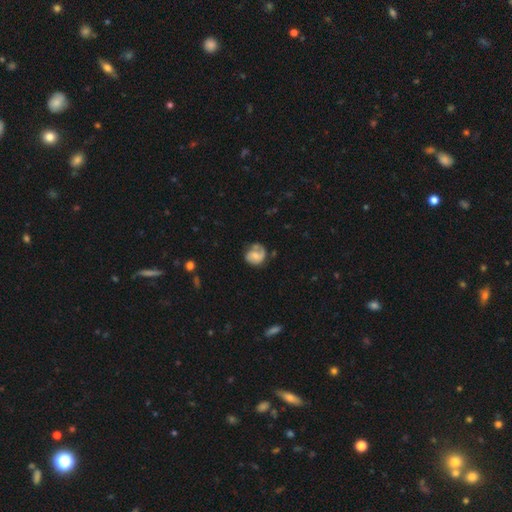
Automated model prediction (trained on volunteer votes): Smooth or featured: featured or disk — 58% (smooth — 35%)
Edge-on disk: no — 98% (yes — 2%)
Bar: no — 60% (weak — 33%)
Spiral arms: yes — 86% (no — 14%)
Bulge size: small — 44% (moderate — 33%)
Merging: none — 56% (minor disturbance — 25%)